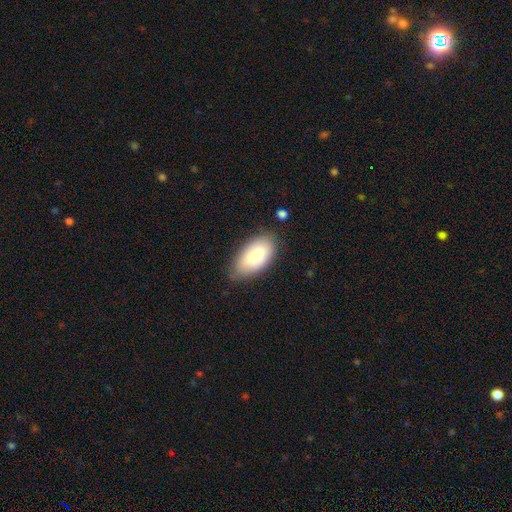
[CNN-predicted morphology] Smooth or featured?
  - smooth: 86% *
  - featured or disk: 8%
  - star or artifact: 6%
How rounded?
  - in between: 94% *
  - cigar-shaped: 4%
  - round: 2%
Merging?
  - none: 73% *
  - minor disturbance: 20%
  - major disturbance: 5%
  - merger: 2%